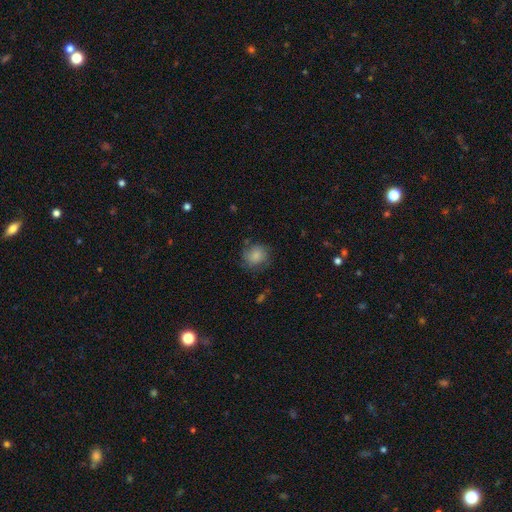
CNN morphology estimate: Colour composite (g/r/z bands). It shows a smooth galaxy with no disk features (79%) that is round (78%). Merging: none (68%).